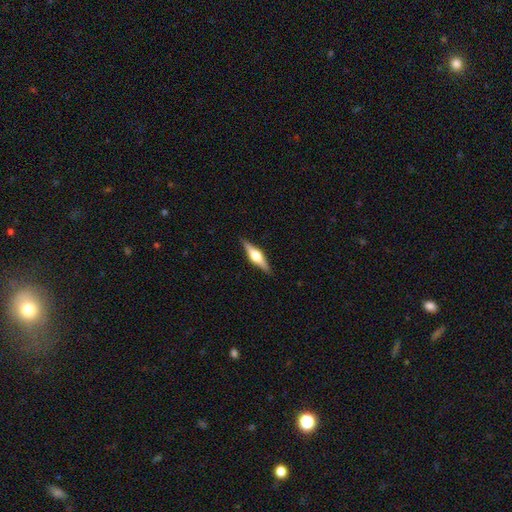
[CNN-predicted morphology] A featured or disk galaxy (76%) viewed edge-on (98%) with a rounded central bulge (92%).

Vote fractions:
- Smooth or featured? featured or disk: 76% / smooth: 19% / star or artifact: 5%
- Edge-on disk? yes: 98% / no: 2%
- Edge-on bulge? rounded: 92% / boxy: 6% / none: 2%
- Merging? none: 90% / minor disturbance: 7% / major disturbance: 2% / merger: 1%